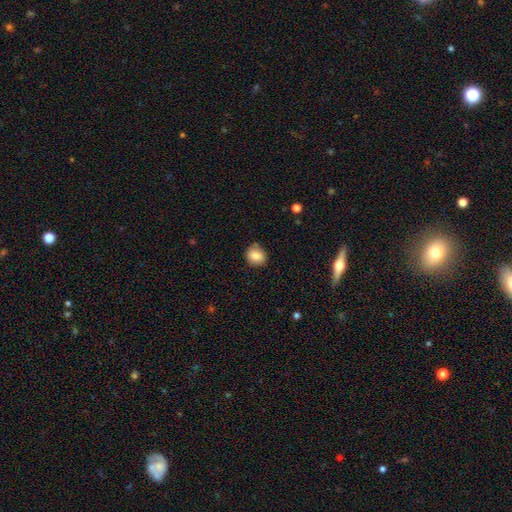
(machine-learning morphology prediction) smooth-or-featured: smooth: 82% | star or artifact: 9% | featured or disk: 9%
  how-rounded: round: 77% | in between: 22% | cigar-shaped: 1%
  merging: none: 82% | minor disturbance: 13% | major disturbance: 2% | merger: 2%